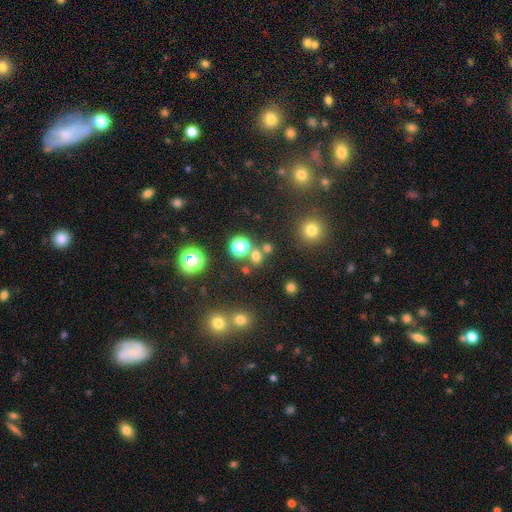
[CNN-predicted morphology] This appears to be a smooth galaxy with no disk features (62%) that is round (78%). Merging: none (69%).